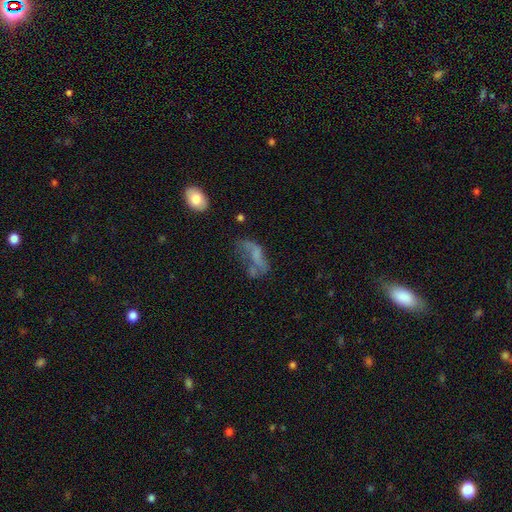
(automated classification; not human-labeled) A featured or disk galaxy (45%).

Vote fractions:
- Smooth or featured? featured or disk: 45% / smooth: 38% / star or artifact: 17%
- Merging? major disturbance: 39% / none: 28% / minor disturbance: 19% / merger: 15%